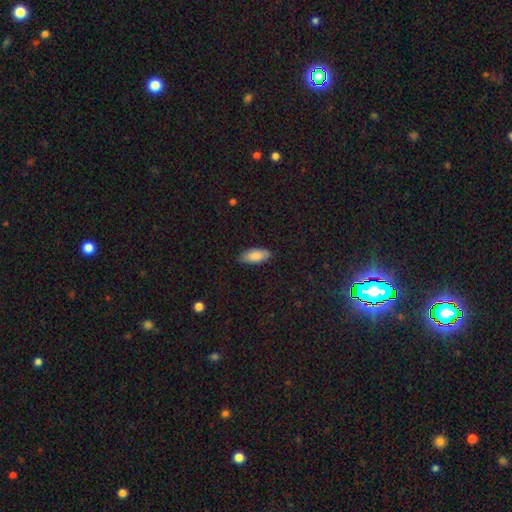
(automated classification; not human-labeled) smooth-or-featured: smooth: 86% | featured or disk: 7% | star or artifact: 6%
  how-rounded: in between: 87% | cigar-shaped: 11% | round: 2%
  merging: none: 84% | minor disturbance: 12% | major disturbance: 2% | merger: 1%